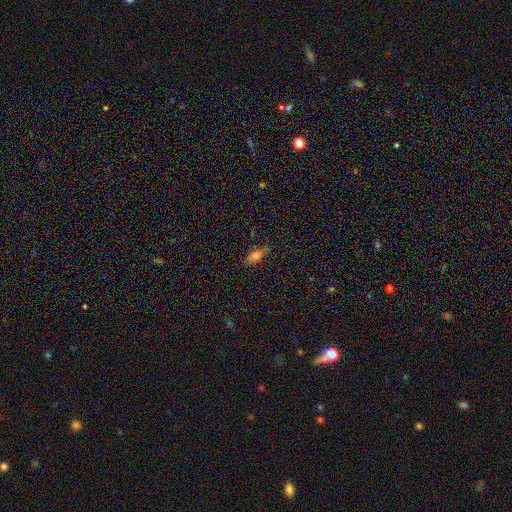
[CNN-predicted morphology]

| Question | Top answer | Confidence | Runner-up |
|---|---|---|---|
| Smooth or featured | smooth | 69% | featured or disk (17%) |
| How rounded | in between | 76% | cigar-shaped (19%) |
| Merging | none | 71% | minor disturbance (22%) |